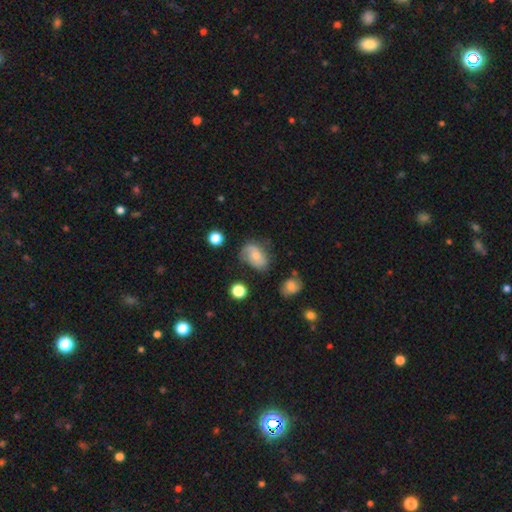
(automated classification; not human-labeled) This appears to be a smooth galaxy with no disk features (46%). Merging: none (50%).